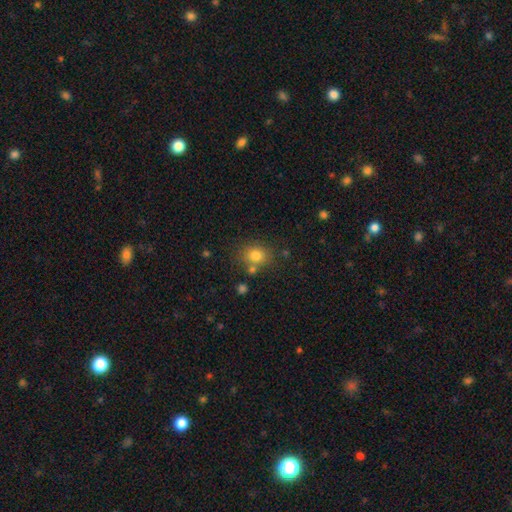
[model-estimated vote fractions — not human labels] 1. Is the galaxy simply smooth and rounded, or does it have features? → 80% smooth, 12% star or artifact, 8% featured or disk.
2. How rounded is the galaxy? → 68% round, 31% in between, 1% cigar-shaped.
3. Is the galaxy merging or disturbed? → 72% none, 12% minor disturbance, 11% merger, 4% major disturbance.